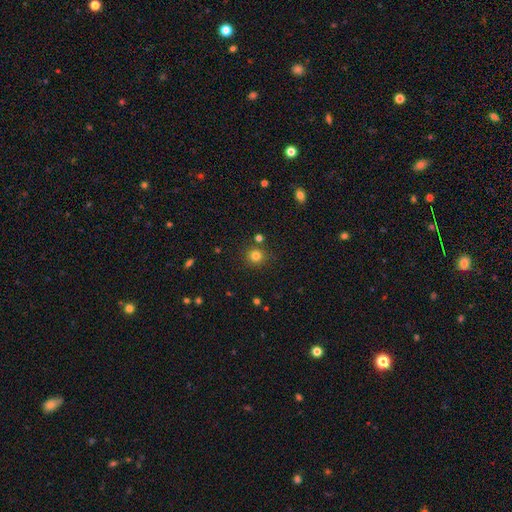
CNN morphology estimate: type=smooth (80%); roundness=round (93%); merging=none (83%).